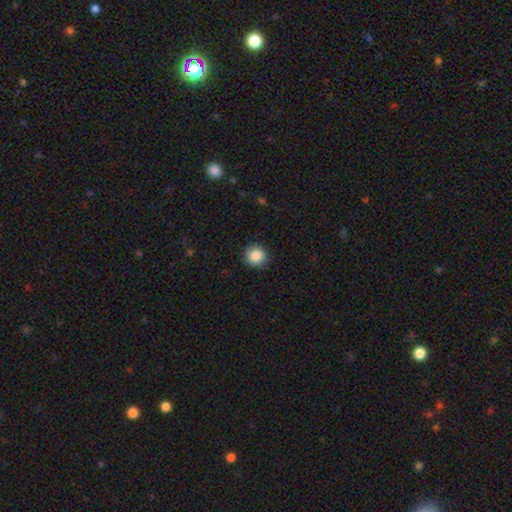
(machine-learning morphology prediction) smooth 87%, star or artifact 9%, featured or disk 4%. Down the decision tree: how rounded — round (92%); merging — none (90%).